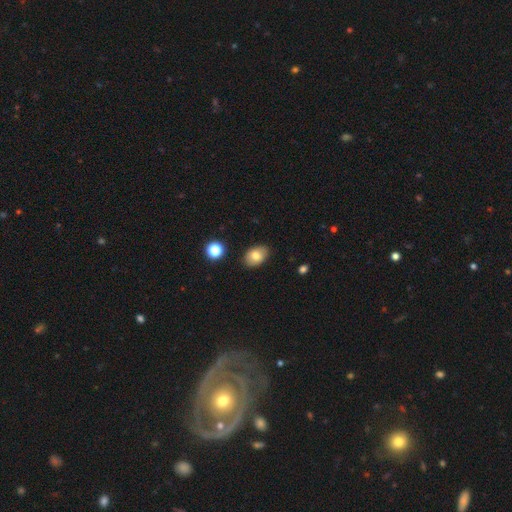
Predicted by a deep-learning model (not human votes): Smooth or featured: smooth — 78% (featured or disk — 13%)
How rounded: in between — 80% (round — 18%)
Merging: none — 86% (minor disturbance — 11%)